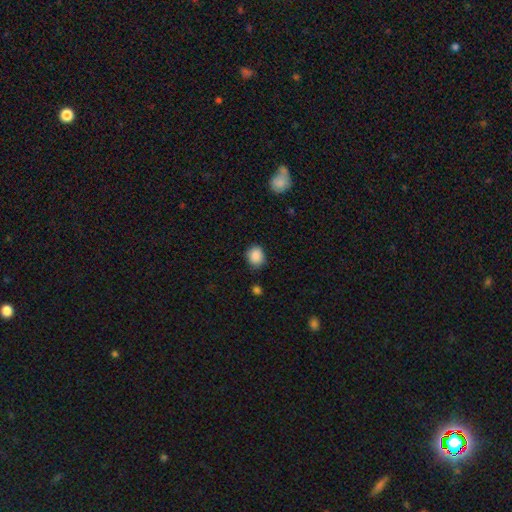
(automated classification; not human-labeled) Smooth or featured? Predicted: smooth (p=0.88). How rounded? Predicted: round (p=0.65). Merging? Predicted: none (p=0.81).